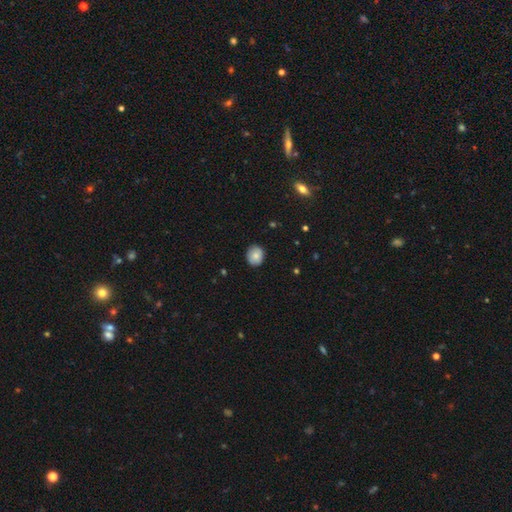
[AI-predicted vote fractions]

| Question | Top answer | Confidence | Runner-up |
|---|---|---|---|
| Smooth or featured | smooth | 82% | featured or disk (10%) |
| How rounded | round | 67% | in between (32%) |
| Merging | none | 87% | minor disturbance (11%) |